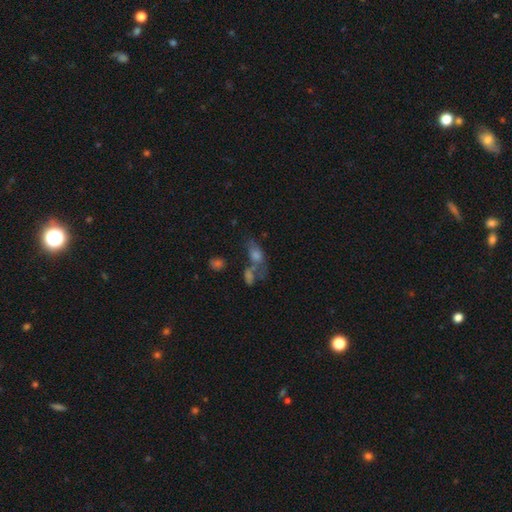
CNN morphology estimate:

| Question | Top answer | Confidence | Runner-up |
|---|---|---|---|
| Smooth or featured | smooth | 43% | featured or disk (33%) |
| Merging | merger | 40% | none (31%) |